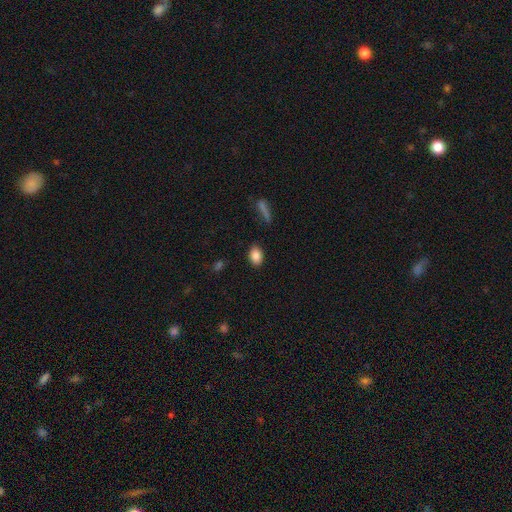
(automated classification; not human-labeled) smooth-or-featured: smooth: 87% | star or artifact: 8% | featured or disk: 5%
  how-rounded: in between: 80% | round: 18% | cigar-shaped: 2%
  merging: none: 87% | minor disturbance: 9% | major disturbance: 2% | merger: 2%